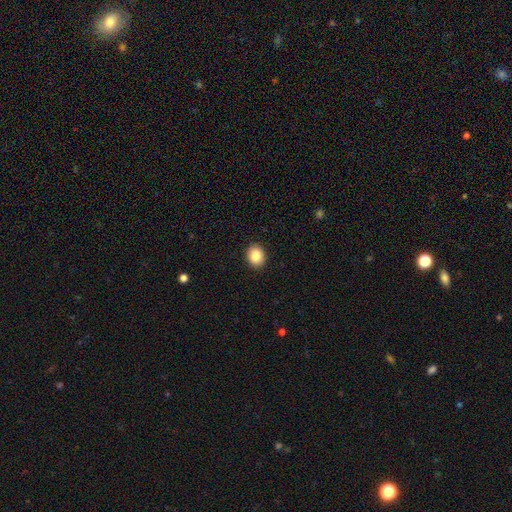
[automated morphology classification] A smooth galaxy with no disk features (86%) that is round (52%). Merging: none (91%).